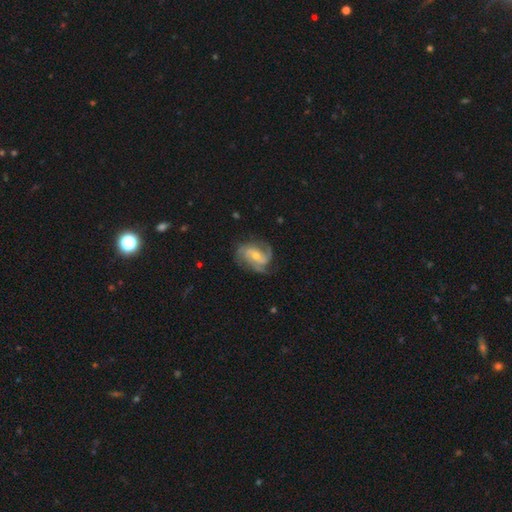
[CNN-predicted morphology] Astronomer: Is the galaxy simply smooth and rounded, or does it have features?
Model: featured or disk — 85%.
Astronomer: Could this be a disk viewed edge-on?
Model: no — 97%.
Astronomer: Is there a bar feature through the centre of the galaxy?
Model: weak — 42% (runner-up: no, 38%).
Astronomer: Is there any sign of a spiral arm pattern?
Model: yes — 96%.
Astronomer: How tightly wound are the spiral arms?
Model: medium — 48% (runner-up: tight, 32%).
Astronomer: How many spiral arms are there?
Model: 3 — 39% (runner-up: 2, 34%).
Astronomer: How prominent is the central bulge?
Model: small — 49% (runner-up: moderate, 46%).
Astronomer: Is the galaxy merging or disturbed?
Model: none — 68%.